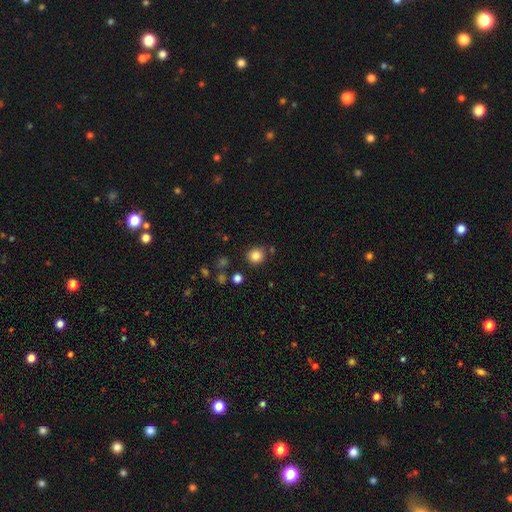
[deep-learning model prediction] Smooth or featured?
  - smooth: 84% *
  - star or artifact: 11%
  - featured or disk: 5%
How rounded?
  - round: 85% *
  - in between: 14%
  - cigar-shaped: 1%
Merging?
  - none: 82% *
  - minor disturbance: 10%
  - merger: 5%
  - major disturbance: 3%